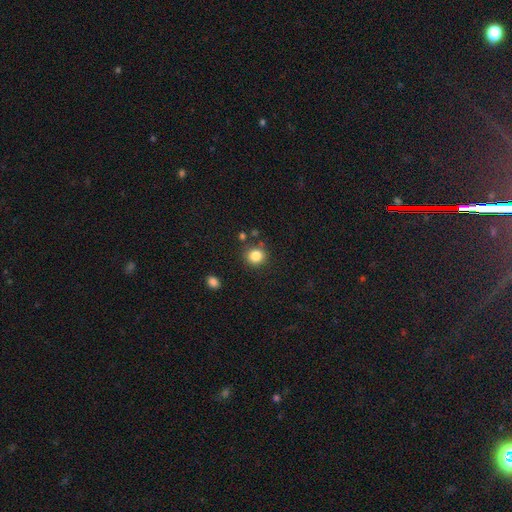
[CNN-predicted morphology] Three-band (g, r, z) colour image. It shows a smooth galaxy with no disk features (84%) that is round (88%). Merging: none (83%).